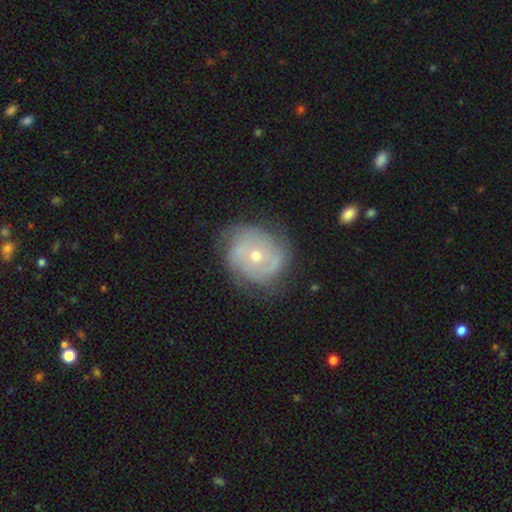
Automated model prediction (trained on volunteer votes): This appears to be a featured or disk galaxy (74%) with no bar (81%), tight (60%) spiral arms (88%) and a small central bulge (55%). Merging: none (71%).